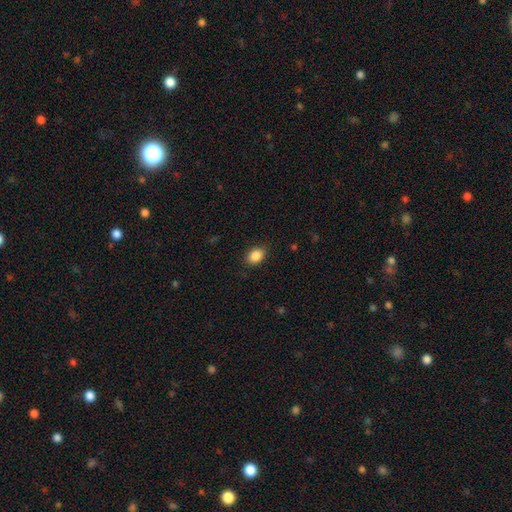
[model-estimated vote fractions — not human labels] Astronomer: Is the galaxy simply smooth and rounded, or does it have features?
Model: smooth — 87%.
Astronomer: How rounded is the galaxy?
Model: in between — 73%.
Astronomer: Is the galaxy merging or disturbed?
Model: none — 86%.